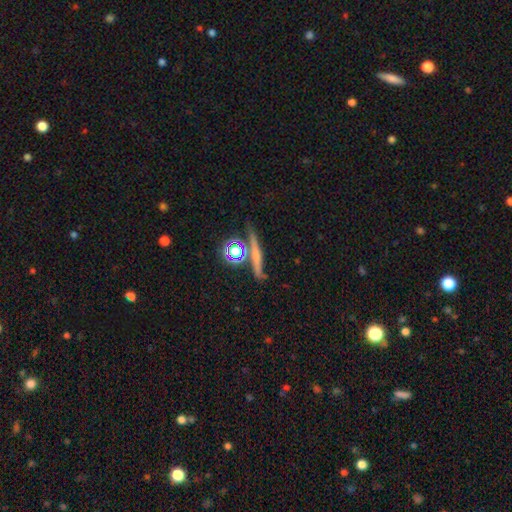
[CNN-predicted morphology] Smooth or featured?
  - smooth: 43% *
  - featured or disk: 36%
  - star or artifact: 22%
Merging?
  - none: 71% *
  - minor disturbance: 12%
  - merger: 11%
  - major disturbance: 5%